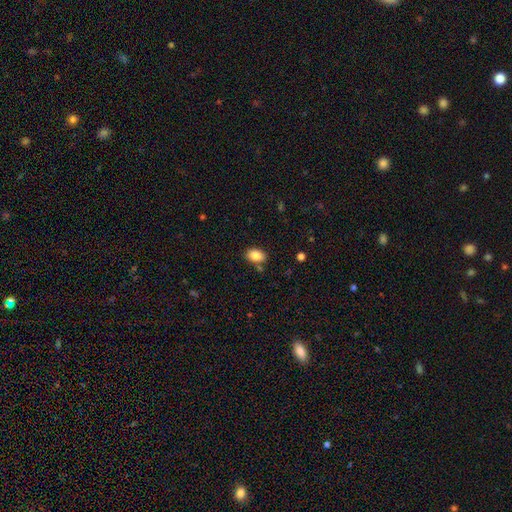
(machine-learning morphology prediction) Smooth or featured?
  - smooth: 86% *
  - star or artifact: 8%
  - featured or disk: 6%
How rounded?
  - in between: 87% *
  - round: 12%
  - cigar-shaped: 1%
Merging?
  - none: 80% *
  - minor disturbance: 12%
  - merger: 6%
  - major disturbance: 3%